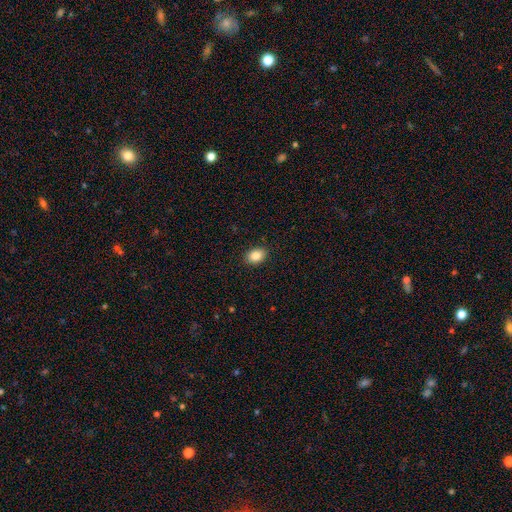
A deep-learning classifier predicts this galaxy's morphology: A smooth galaxy with no disk features (87%) that is in between round and cigar-shaped (77%).

Vote fractions:
- Smooth or featured? smooth: 87% / star or artifact: 8% / featured or disk: 5%
- How rounded? in between: 77% / round: 22% / cigar-shaped: 1%
- Merging? none: 90% / minor disturbance: 7% / major disturbance: 2% / merger: 1%